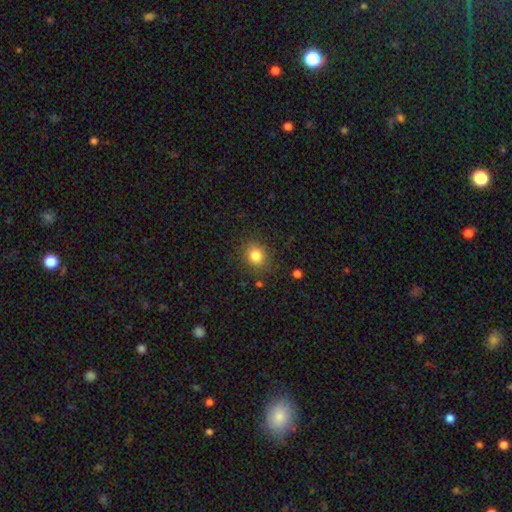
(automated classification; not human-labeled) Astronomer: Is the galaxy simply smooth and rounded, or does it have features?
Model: smooth — 82%.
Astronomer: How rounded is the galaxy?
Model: round — 64%.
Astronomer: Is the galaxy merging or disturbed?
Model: none — 85%.